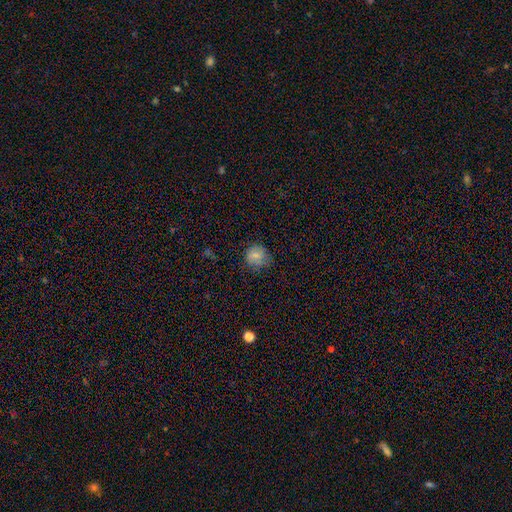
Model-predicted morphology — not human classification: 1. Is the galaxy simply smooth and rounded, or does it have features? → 77% smooth, 12% featured or disk, 10% star or artifact.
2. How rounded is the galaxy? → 82% round, 17% in between, 1% cigar-shaped.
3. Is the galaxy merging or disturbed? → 67% none, 25% minor disturbance, 7% major disturbance, 1% merger.